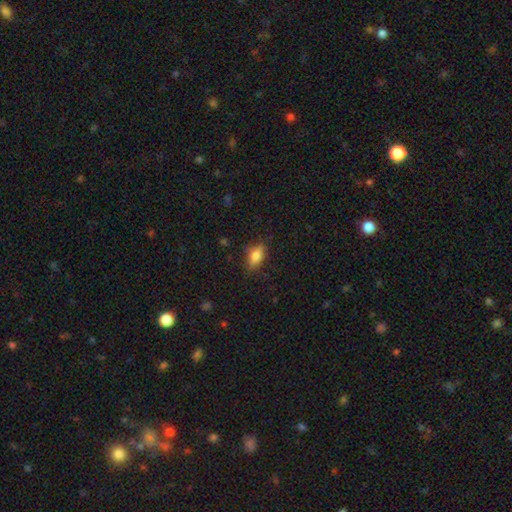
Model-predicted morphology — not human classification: Smooth or featured? smooth (80%)
How rounded? in between (85%)
Merging? none (79%)